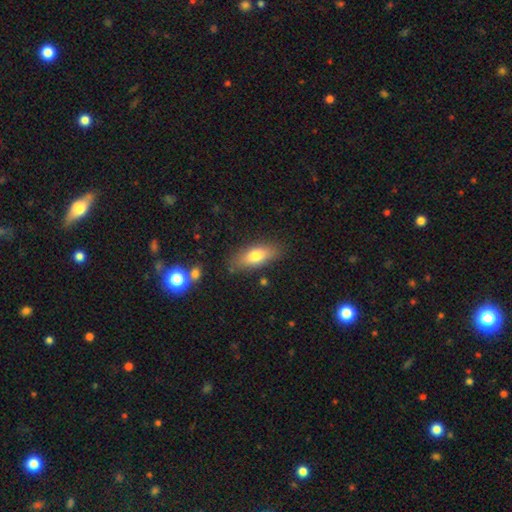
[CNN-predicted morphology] A smooth galaxy with no disk features (73%) that is in between round and cigar-shaped (74%). Merging: none (81%).